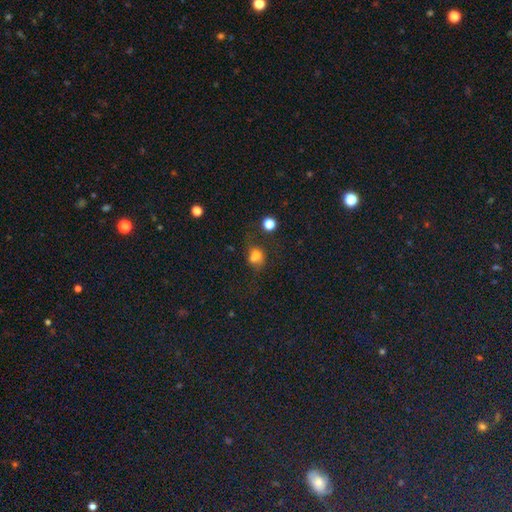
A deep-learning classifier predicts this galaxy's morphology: Smooth or featured? Predicted: smooth (p=0.67). How rounded? Predicted: round (p=0.58). Merging? Predicted: merger (p=0.38, tied with none).